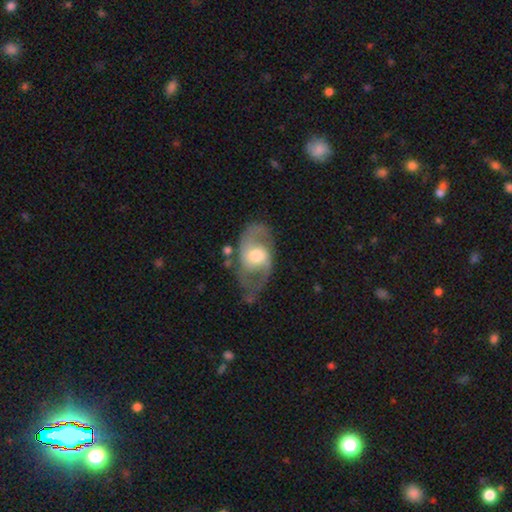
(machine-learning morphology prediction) A featured or disk galaxy (76%) with no bar (45%), 2 (85%) medium (51%) spiral arms (83%) and a moderate central bulge (62%). Merging: none (60%).